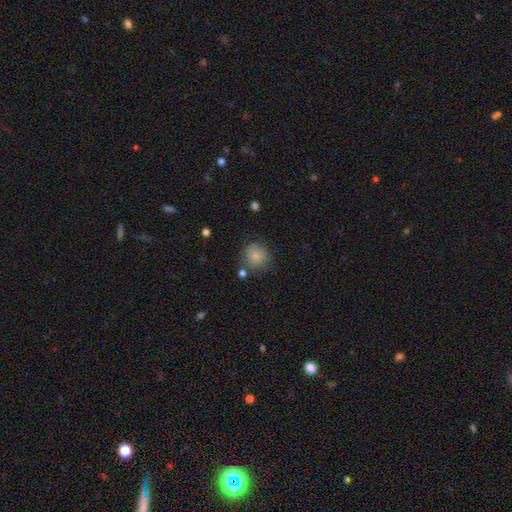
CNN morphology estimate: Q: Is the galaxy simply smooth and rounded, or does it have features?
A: smooth — 81%.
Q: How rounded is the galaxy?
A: round — 87%.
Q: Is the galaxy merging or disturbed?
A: none — 69%.